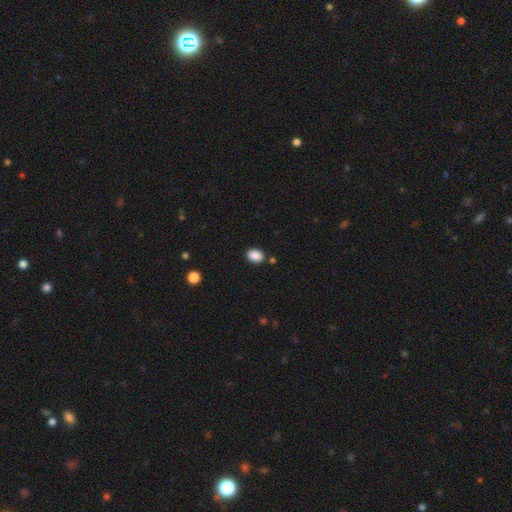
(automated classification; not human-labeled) The model was most divided on "how rounded": in between: 76%, round: 22%, cigar-shaped: 1%. More confident: smooth or featured — smooth (88%); merging — none (85%).